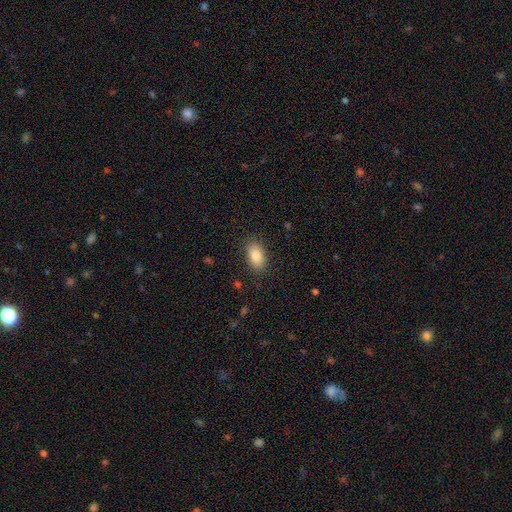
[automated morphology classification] Q: Smooth or featured?
A: smooth (86%); runner-up: star or artifact (7%)
Q: How rounded?
A: in between (92%); runner-up: round (5%)
Q: Merging?
A: none (86%); runner-up: minor disturbance (10%)